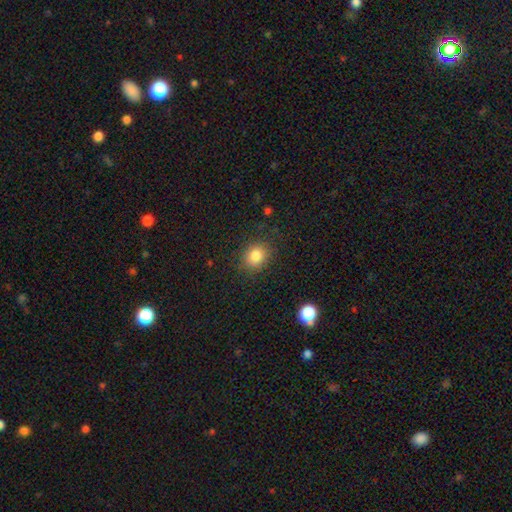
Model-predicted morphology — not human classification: smooth 83%, star or artifact 11%, featured or disk 6%. Down the decision tree: how rounded — round (62%); merging — none (85%).